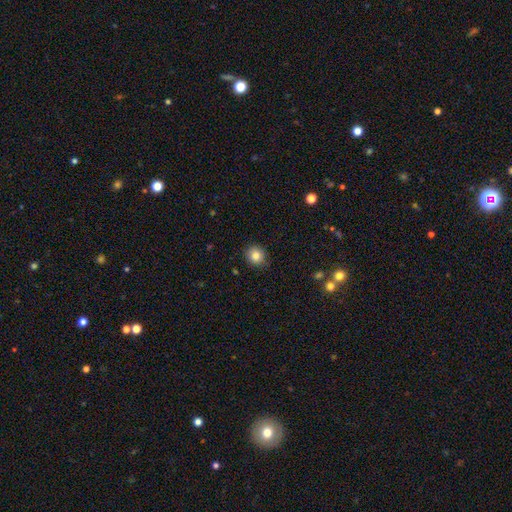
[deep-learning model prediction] Overall: smooth (84%). How rounded: round (83%). Merging: none (88%).